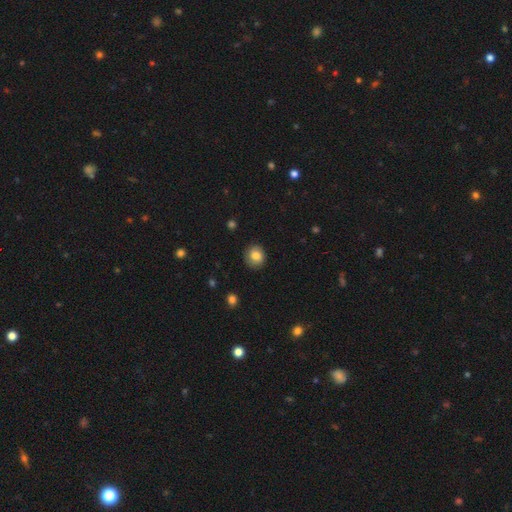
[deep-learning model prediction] A smooth galaxy with no disk features (80%) that is round (77%). Merging: none (84%).